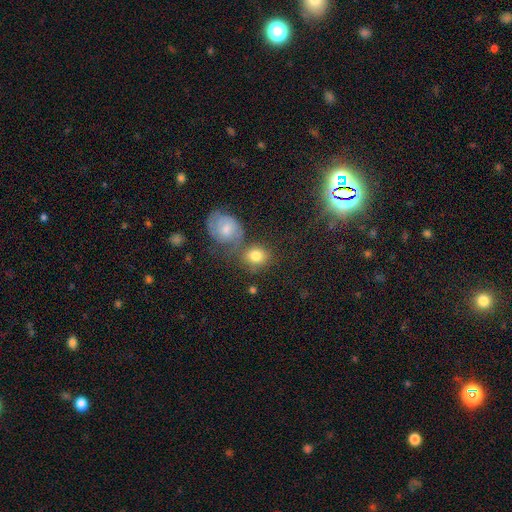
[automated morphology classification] A smooth galaxy with no disk features (76%) that is round (68%). Merging: none (52%).